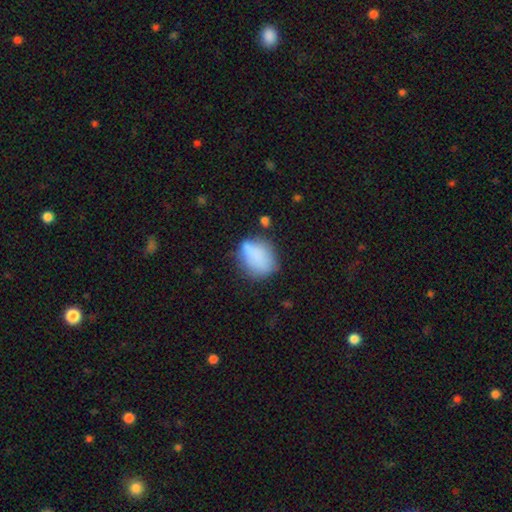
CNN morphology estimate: This is likely a smooth galaxy (79%). How rounded: possibly in between (50%). Merging: possibly none (55%).